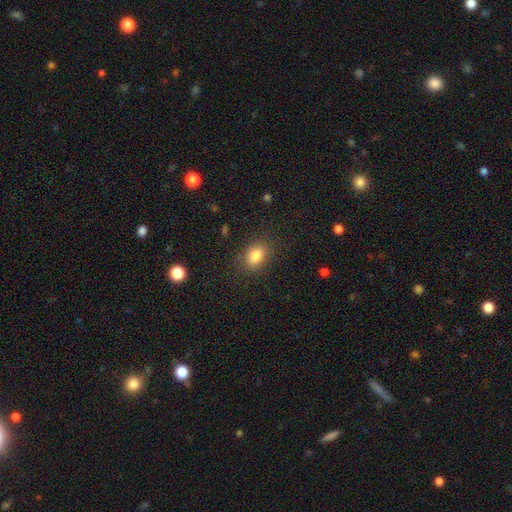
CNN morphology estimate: type=smooth (83%); roundness=in between (72%); merging=none (84%).